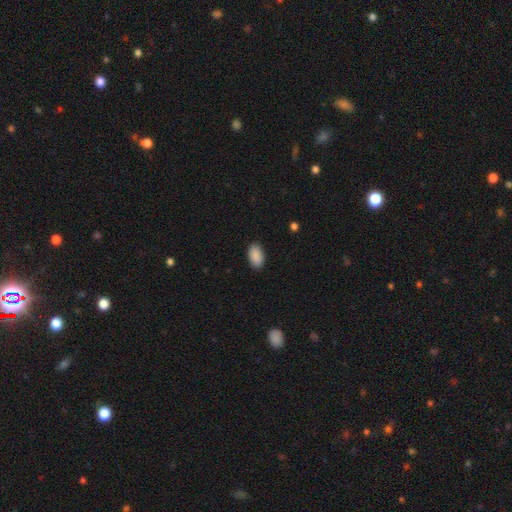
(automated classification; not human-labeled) Overall: smooth (90%). How rounded: in between (94%). Merging: none (88%).